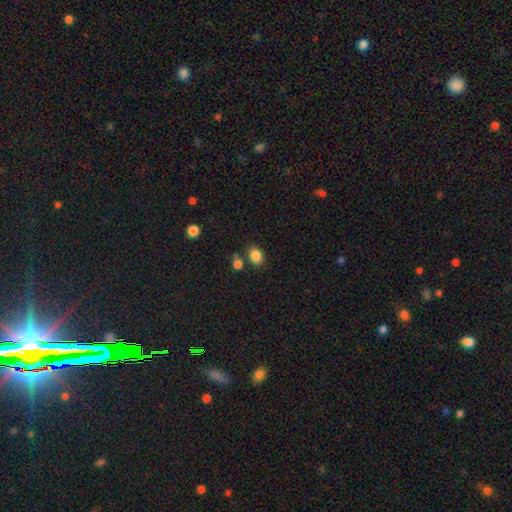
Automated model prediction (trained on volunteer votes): This appears to be a smooth galaxy with no disk features (86%) that is in between round and cigar-shaped (65%). Merging: none (73%).